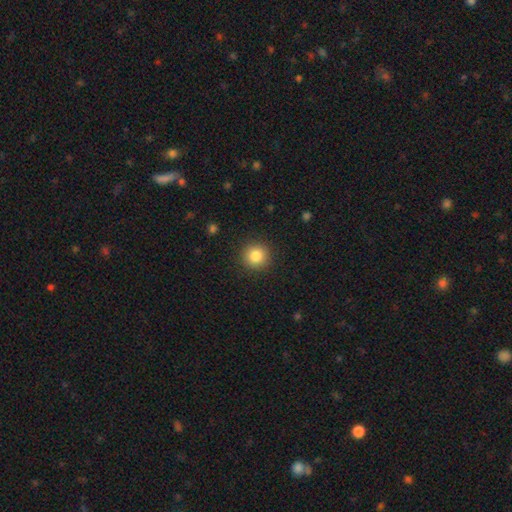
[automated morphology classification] type=smooth (84%); roundness=round (94%); merging=none (91%).